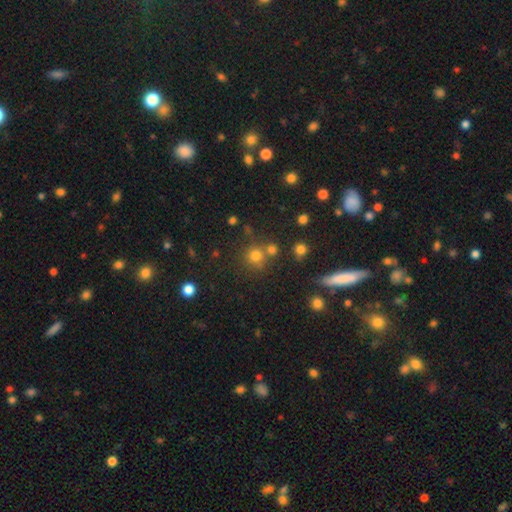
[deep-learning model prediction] Smooth or featured: smooth — 72% (star or artifact — 20%)
How rounded: round — 90% (in between — 8%)
Merging: none — 65% (merger — 22%)